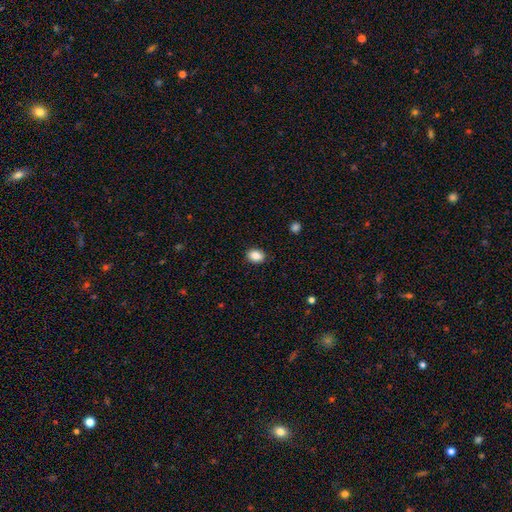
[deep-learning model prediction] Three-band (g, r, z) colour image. It shows a smooth galaxy with no disk features (88%) that is in between round and cigar-shaped (70%). Merging: none (87%).